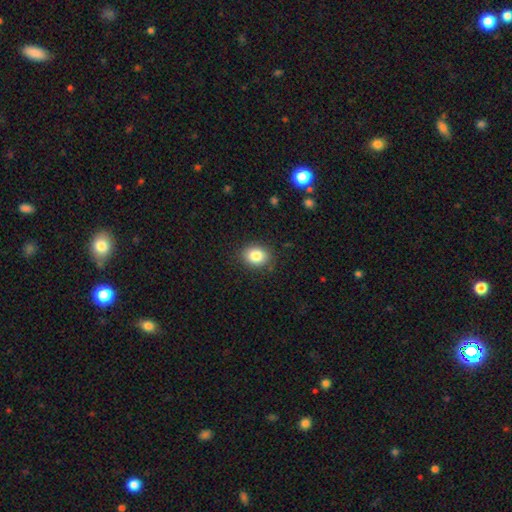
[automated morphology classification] Smooth or featured?
  - smooth: 85% *
  - star or artifact: 9%
  - featured or disk: 6%
How rounded?
  - in between: 51% *
  - round: 48%
  - cigar-shaped: 1%
Merging?
  - none: 87% *
  - minor disturbance: 9%
  - major disturbance: 2%
  - merger: 1%